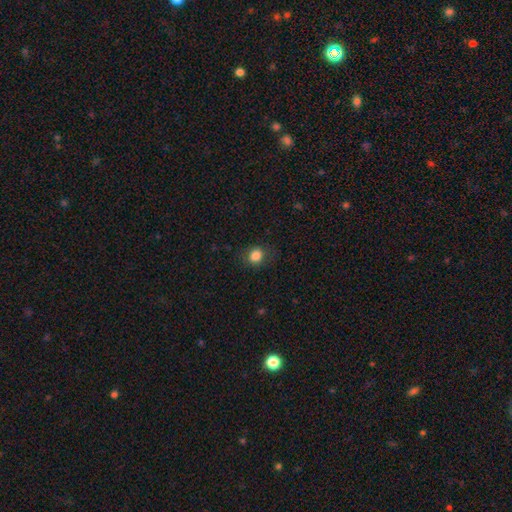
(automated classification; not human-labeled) A smooth galaxy with no disk features (84%) that is round (75%). Merging: none (82%).